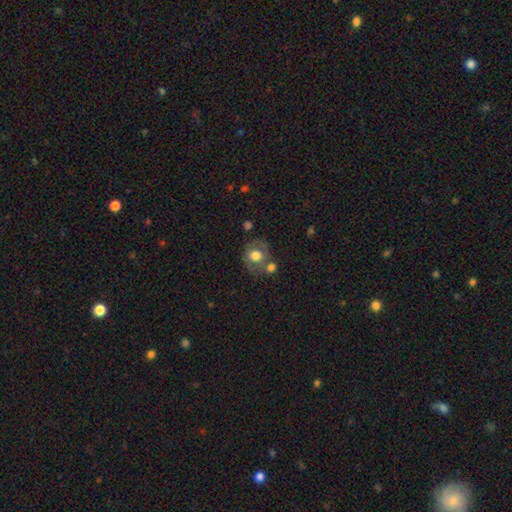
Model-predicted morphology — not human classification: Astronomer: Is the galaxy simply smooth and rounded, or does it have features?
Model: smooth — 61%.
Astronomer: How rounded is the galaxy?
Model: round — 71%.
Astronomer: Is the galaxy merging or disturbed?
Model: none — 51%.